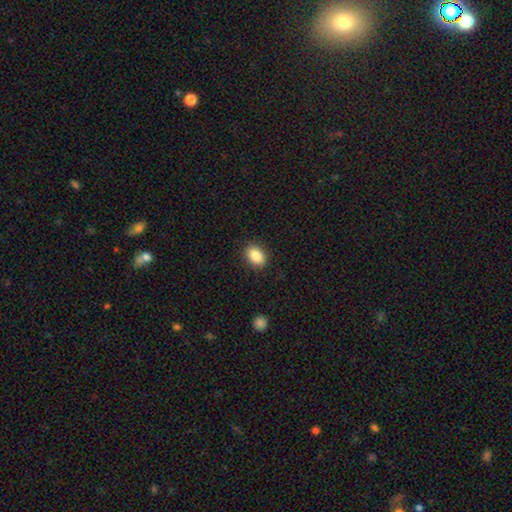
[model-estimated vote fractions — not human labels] A smooth galaxy with no disk features (87%) that is in between round and cigar-shaped (78%).

Vote fractions:
- Smooth or featured? smooth: 87% / star or artifact: 8% / featured or disk: 5%
- How rounded? in between: 78% / round: 21% / cigar-shaped: 1%
- Merging? none: 89% / minor disturbance: 8% / major disturbance: 2% / merger: 1%